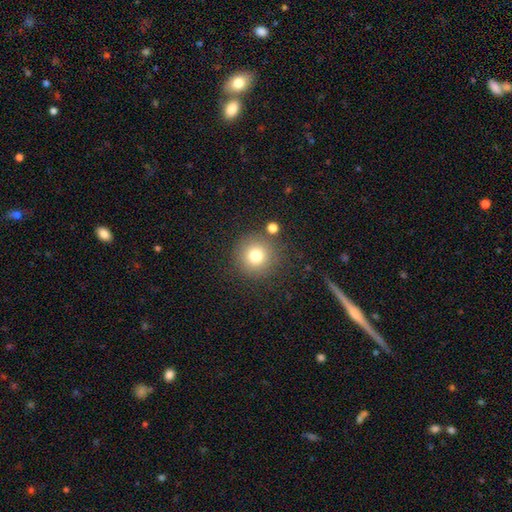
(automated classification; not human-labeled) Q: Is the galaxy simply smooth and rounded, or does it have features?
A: smooth — 76%.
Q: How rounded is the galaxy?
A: round — 95%.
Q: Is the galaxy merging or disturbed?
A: none — 84%.